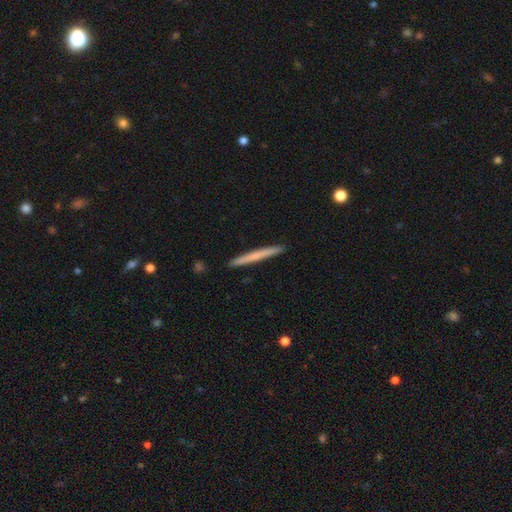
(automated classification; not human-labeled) smooth 61%, featured or disk 34%, star or artifact 5%. Down the decision tree: how rounded — cigar-shaped (97%); merging — none (93%).